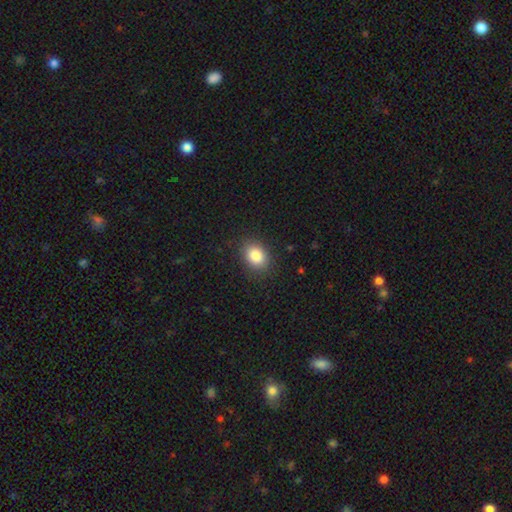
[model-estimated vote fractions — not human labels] Overall: smooth (85%). How rounded: in between (66%; round 33%). Merging: none (87%).